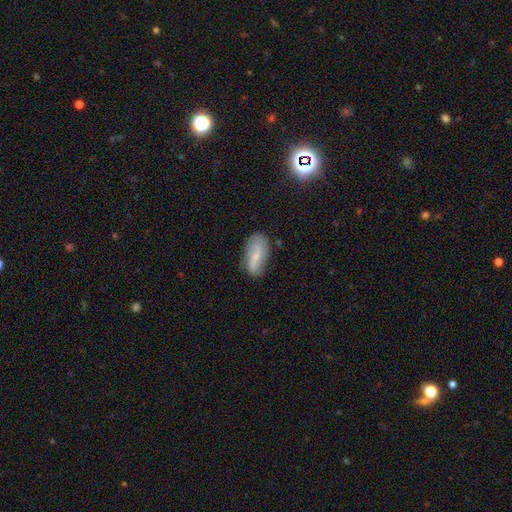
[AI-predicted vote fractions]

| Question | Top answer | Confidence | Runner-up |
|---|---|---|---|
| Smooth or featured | featured or disk | 49% | smooth (42%) |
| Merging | none | 68% | minor disturbance (23%) |